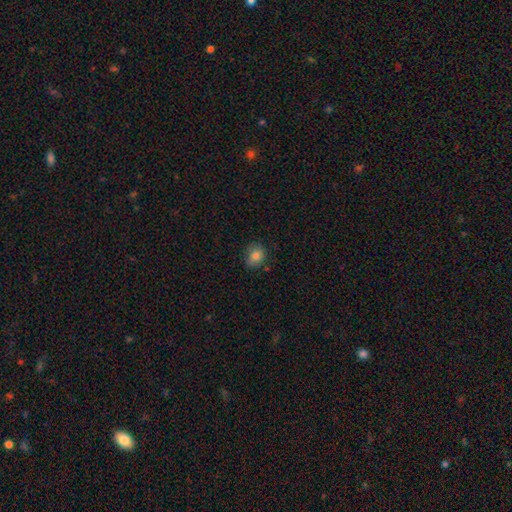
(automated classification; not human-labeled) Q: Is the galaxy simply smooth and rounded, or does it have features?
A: smooth — 81%.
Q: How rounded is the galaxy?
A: round — 57%.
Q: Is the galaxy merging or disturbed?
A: none — 72%.